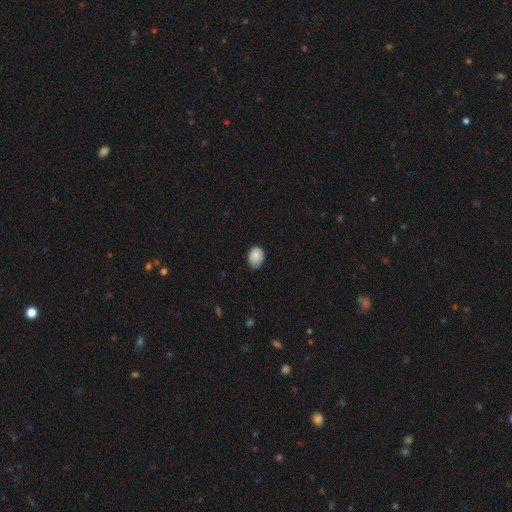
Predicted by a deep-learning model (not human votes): This appears to be a smooth galaxy with no disk features (87%) that is in between round and cigar-shaped (69%). Merging: none (71%).